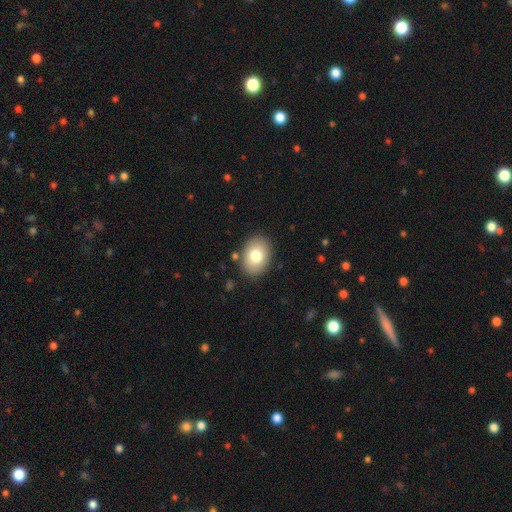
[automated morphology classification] type=smooth (78%); roundness=in between (73%); merging=none (86%).